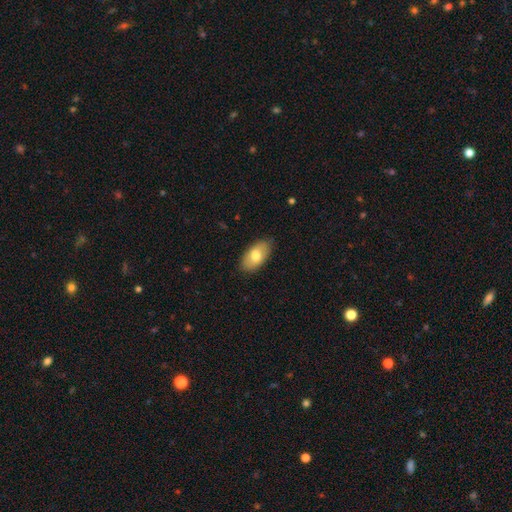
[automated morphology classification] Smooth or featured: smooth — 74% (featured or disk — 20%)
How rounded: in between — 94% (round — 3%)
Merging: none — 85% (minor disturbance — 12%)